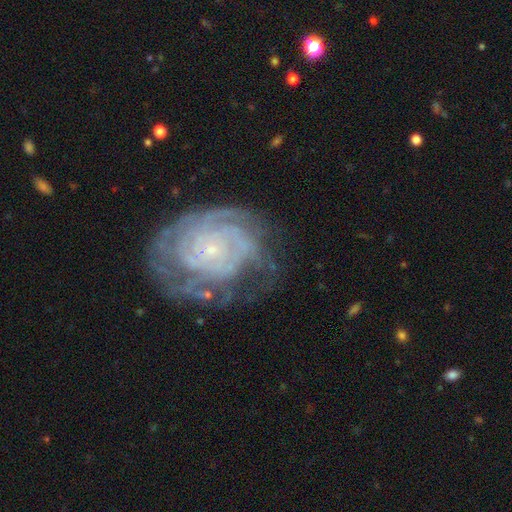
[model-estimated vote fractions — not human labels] The model was most divided on "spiral arm count": can't tell: 36%, 4: 18%, 3: 16%, 2: 15%, more than 4: 9%, 1: 6%. More confident: edge-on disk — no (97%); spiral arms — yes (95%); bulge size — small (87%); smooth or featured — featured or disk (85%); bar — no (79%); spiral winding — tight (78%); merging — none (60%).